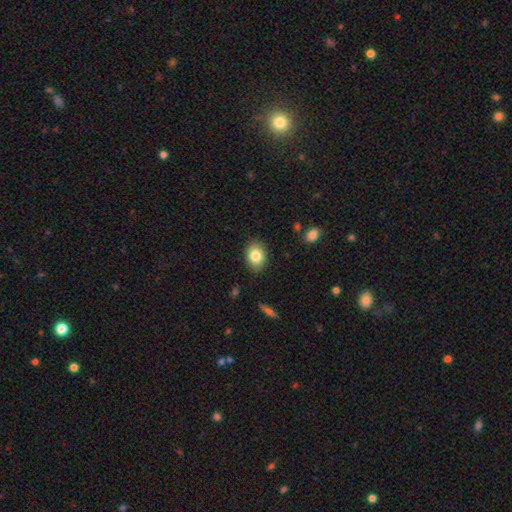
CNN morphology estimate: Smooth or featured?
  - smooth: 81% *
  - featured or disk: 10%
  - star or artifact: 8%
How rounded?
  - in between: 71% *
  - round: 28%
  - cigar-shaped: 1%
Merging?
  - none: 87% *
  - minor disturbance: 10%
  - major disturbance: 2%
  - merger: 1%